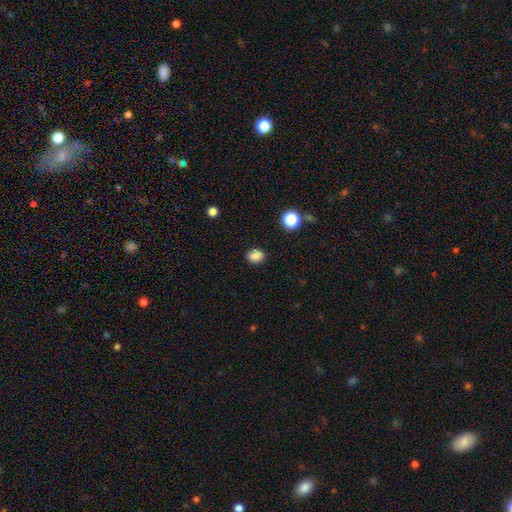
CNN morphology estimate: type=smooth (85%); roundness=in between (53%); merging=none (87%).